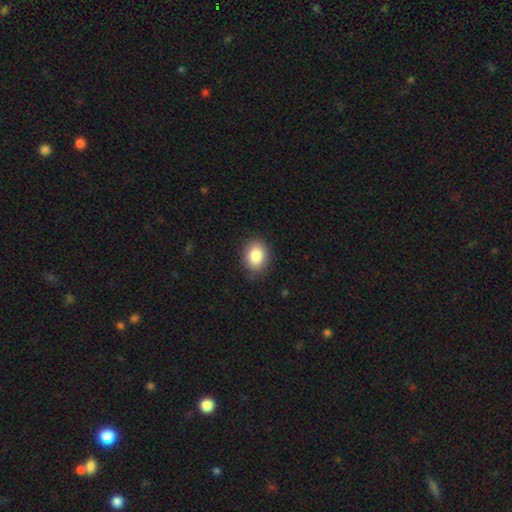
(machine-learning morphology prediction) The model was most divided on "how rounded": in between: 60%, round: 40%, cigar-shaped: 1%. More confident: smooth or featured — smooth (86%); merging — none (85%).